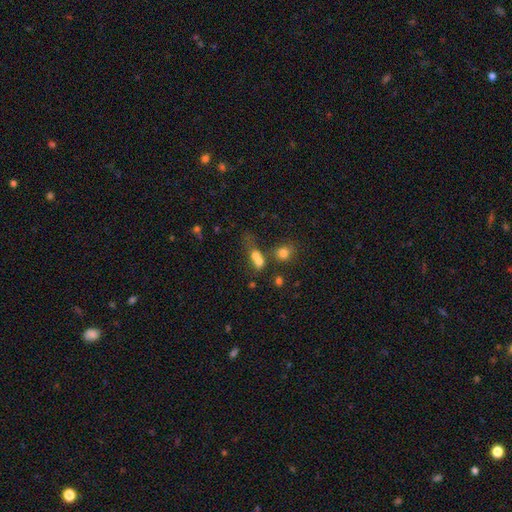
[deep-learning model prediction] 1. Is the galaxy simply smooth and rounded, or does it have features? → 68% smooth, 16% star or artifact, 16% featured or disk.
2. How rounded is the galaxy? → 47% in between, 46% round, 7% cigar-shaped.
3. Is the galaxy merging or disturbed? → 57% merger, 24% none, 10% major disturbance, 9% minor disturbance.